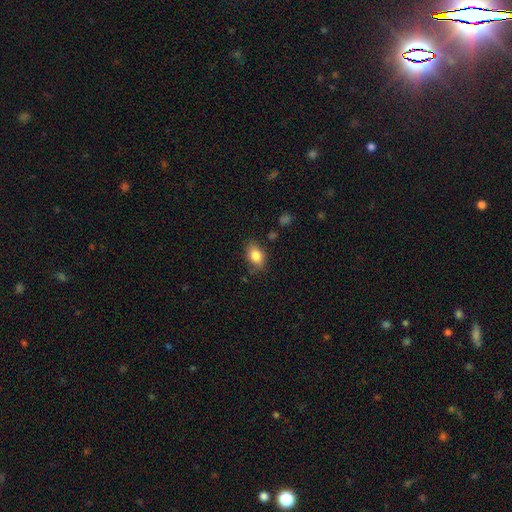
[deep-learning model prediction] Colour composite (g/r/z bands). It shows a smooth galaxy with no disk features (84%) that is in between round and cigar-shaped (82%). Merging: none (76%).